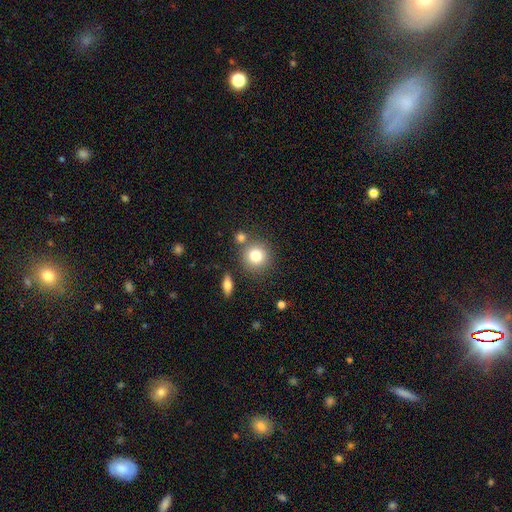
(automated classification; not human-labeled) Morphology: type=smooth (80%); roundness=round (89%); merging=none (73%).